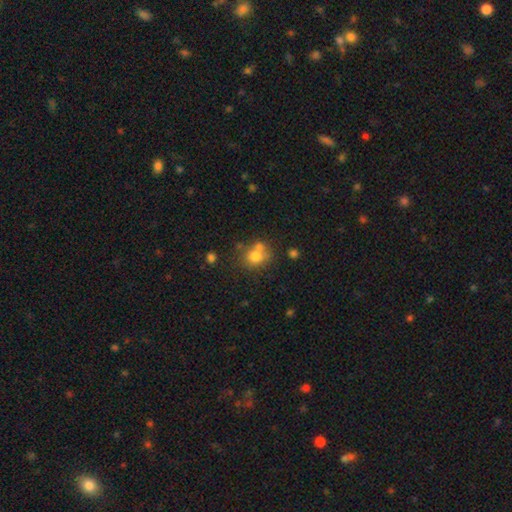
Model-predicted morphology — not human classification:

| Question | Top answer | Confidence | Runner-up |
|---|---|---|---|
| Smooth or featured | smooth | 75% | star or artifact (13%) |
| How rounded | round | 70% | in between (29%) |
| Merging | none | 51% | merger (30%) |